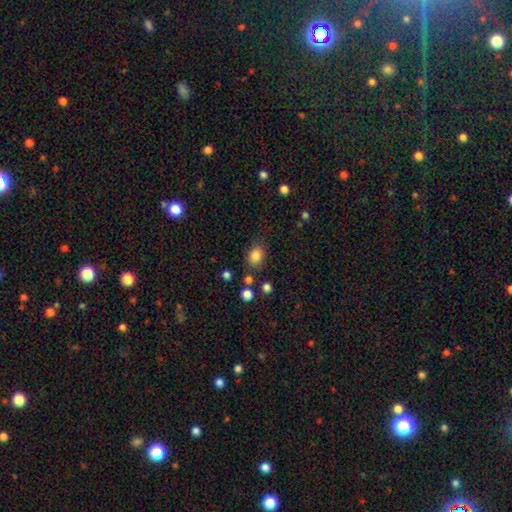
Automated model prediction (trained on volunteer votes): smooth 84%, star or artifact 10%, featured or disk 6%. Down the decision tree: how rounded — in between (54%); merging — none (76%).